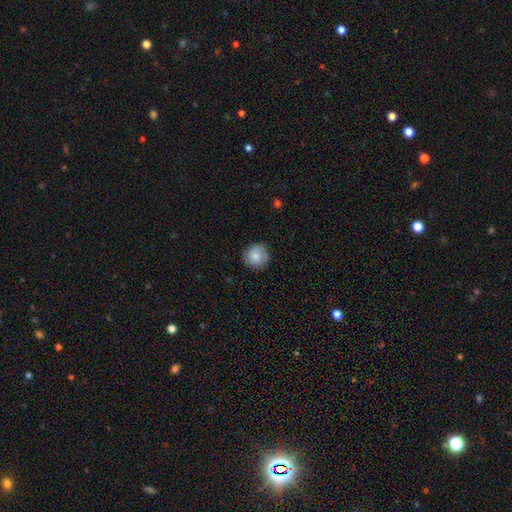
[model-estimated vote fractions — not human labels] Smooth or featured? Predicted: smooth (p=0.84). How rounded? Predicted: round (p=0.92). Merging? Predicted: none (p=0.85).